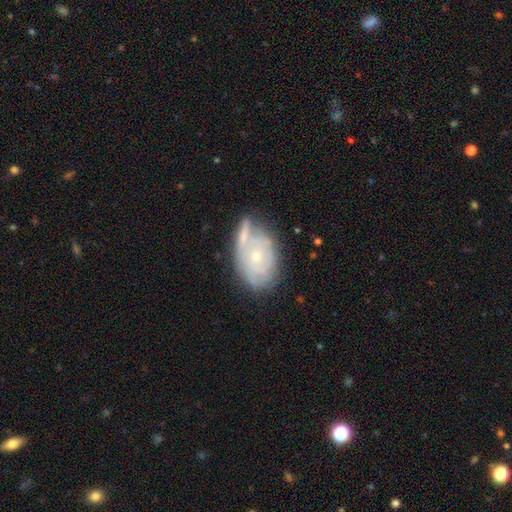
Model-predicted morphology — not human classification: Smooth or featured: featured or disk — 65% (smooth — 27%)
Edge-on disk: no — 95% (yes — 5%)
Bar: no — 82% (weak — 15%)
Spiral arms: yes — 66% (no — 34%)
Bulge size: small — 66% (moderate — 30%)
Merging: none — 44% (minor disturbance — 27%)